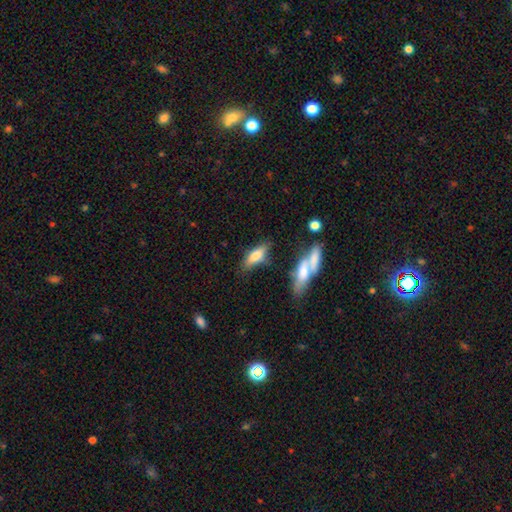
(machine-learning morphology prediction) Smooth or featured?
  - smooth: 74% *
  - featured or disk: 19%
  - star or artifact: 7%
How rounded?
  - in between: 64% *
  - cigar-shaped: 34%
  - round: 3%
Merging?
  - none: 62% *
  - minor disturbance: 19%
  - merger: 13%
  - major disturbance: 6%